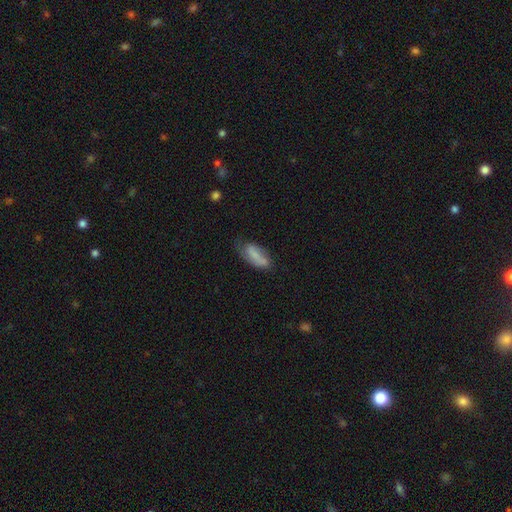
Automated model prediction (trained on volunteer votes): Overall: smooth (69%). How rounded: in between (82%). Merging: none (49%; minor disturbance 33%).